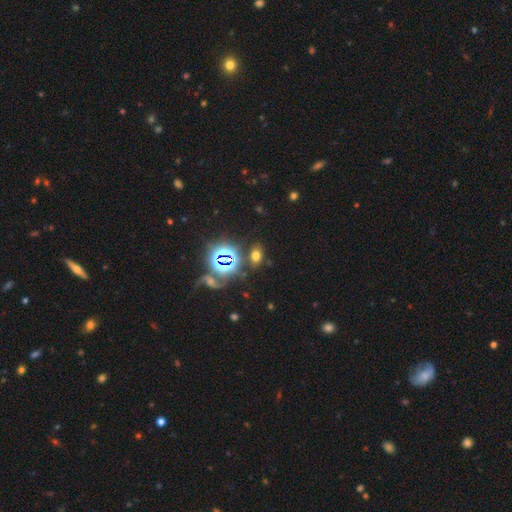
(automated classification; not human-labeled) Overall: smooth (52%; star or artifact 36%). How rounded: in between (75%). Merging: none (76%).